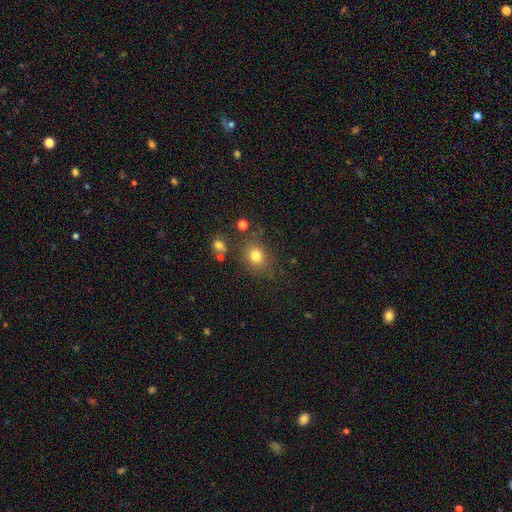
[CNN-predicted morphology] Smooth or featured? Predicted: smooth (p=0.79). How rounded? Predicted: round (p=0.67). Merging? Predicted: none (p=0.74).